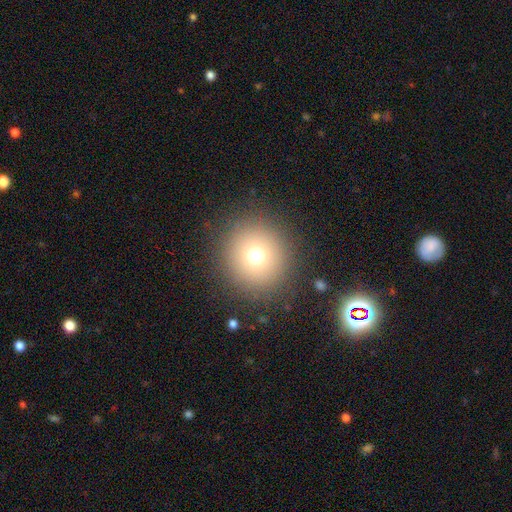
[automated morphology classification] Smooth or featured? Predicted: smooth (p=0.70). How rounded? Predicted: round (p=0.95). Merging? Predicted: none (p=0.89).